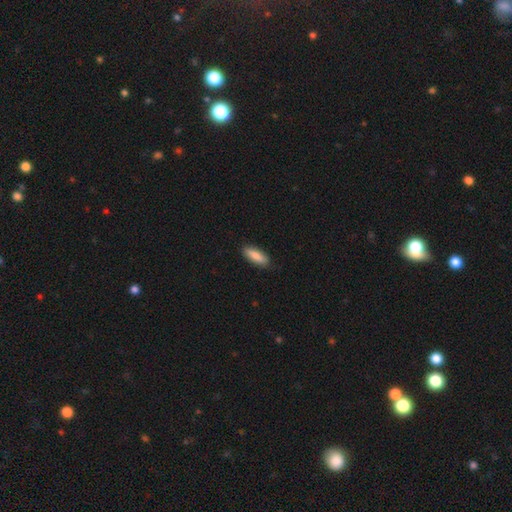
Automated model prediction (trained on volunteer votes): Smooth or featured: smooth — 84% (featured or disk — 10%)
How rounded: in between — 63% (cigar-shaped — 35%)
Merging: none — 87% (minor disturbance — 10%)